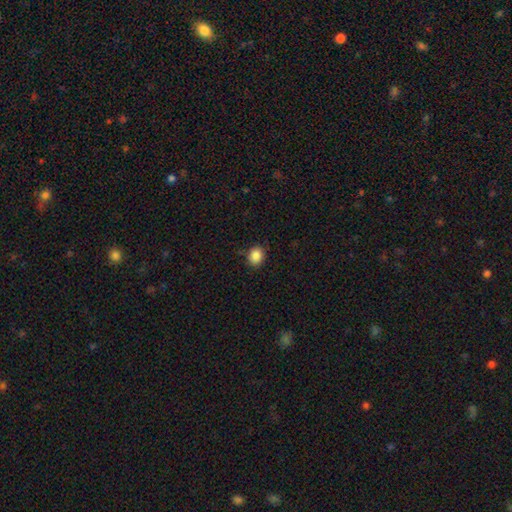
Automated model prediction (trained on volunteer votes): Smooth or featured: smooth — 87% (star or artifact — 9%)
How rounded: round — 60% (in between — 39%)
Merging: none — 85% (minor disturbance — 11%)